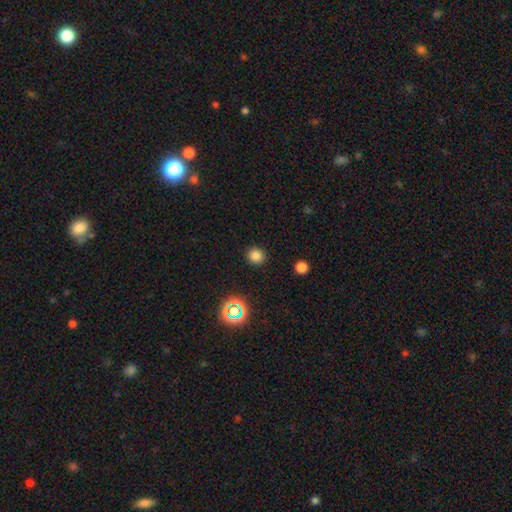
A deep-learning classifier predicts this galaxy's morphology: This appears to be a smooth galaxy with no disk features (79%) that is round (89%). Merging: none (91%).